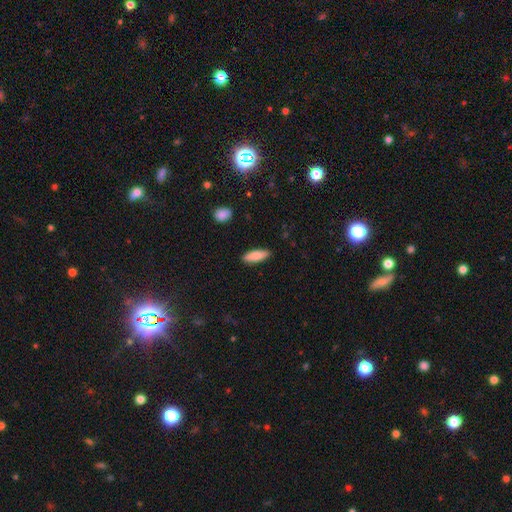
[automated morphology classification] type=smooth (85%); roundness=in between (54%); merging=none (87%).